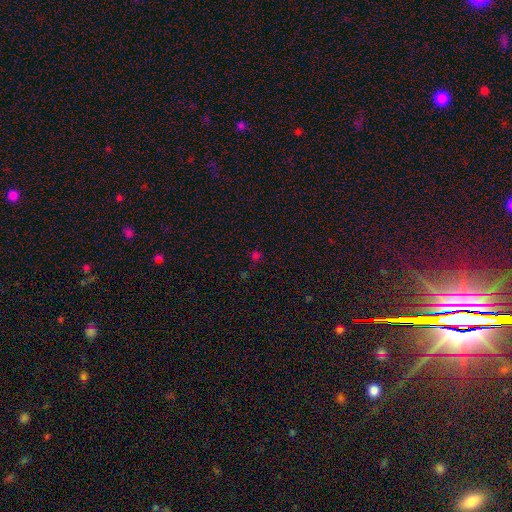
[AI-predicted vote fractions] smooth_or_featured: smooth (p=0.47) [alt: star or artifact p=0.46]
merging: none (p=0.72) [alt: minor disturbance p=0.13]